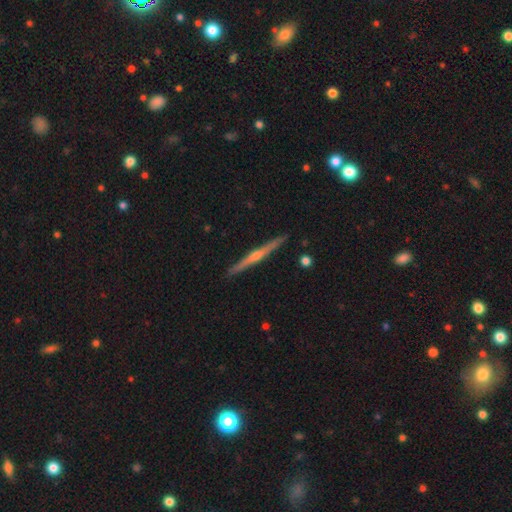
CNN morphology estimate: Smooth or featured? Predicted: featured or disk (p=0.77). Edge-on disk? Predicted: yes (p=0.98). Edge-on bulge? Predicted: rounded (p=0.81). Merging? Predicted: none (p=0.91).